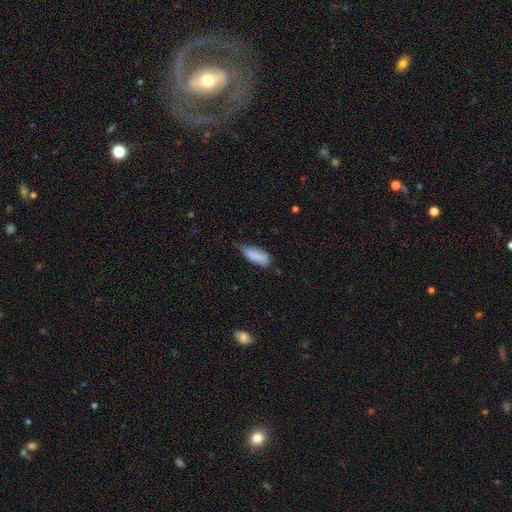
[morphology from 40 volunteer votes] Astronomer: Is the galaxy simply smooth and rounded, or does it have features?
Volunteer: smooth — 95%.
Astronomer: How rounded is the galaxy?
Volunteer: in between — 79%.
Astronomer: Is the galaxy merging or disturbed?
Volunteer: minor disturbance — 50%.